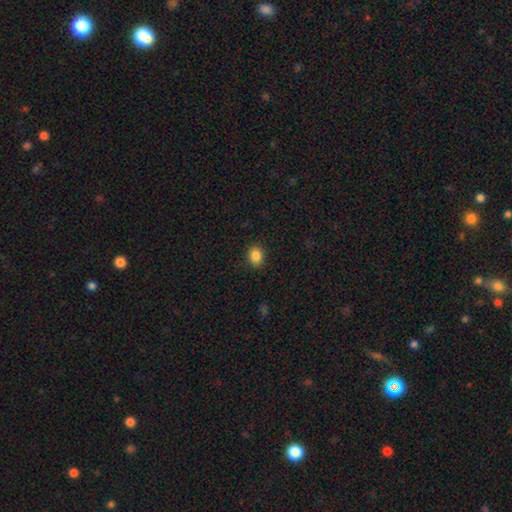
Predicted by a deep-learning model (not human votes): Morphology: type=smooth (86%); roundness=round (50%); merging=none (90%).